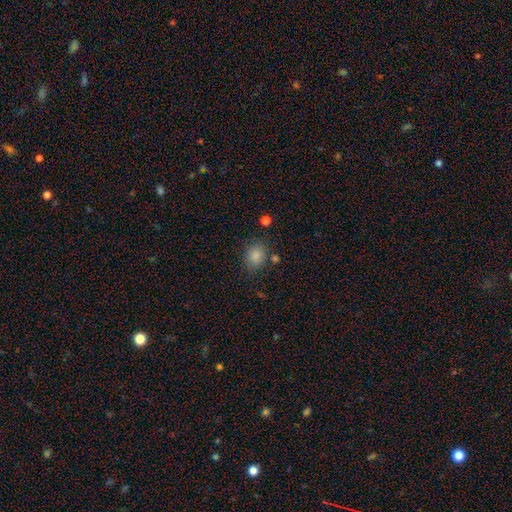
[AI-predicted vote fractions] Morphology: type=smooth (85%); roundness=round (52%); merging=none (77%).